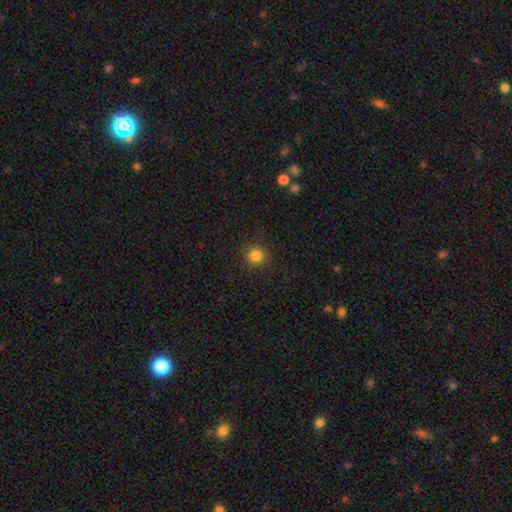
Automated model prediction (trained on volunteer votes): smooth-or-featured: smooth: 84% | star or artifact: 13% | featured or disk: 4%
  how-rounded: round: 93% | in between: 6% | cigar-shaped: 1%
  merging: none: 91% | minor disturbance: 6% | major disturbance: 2% | merger: 1%